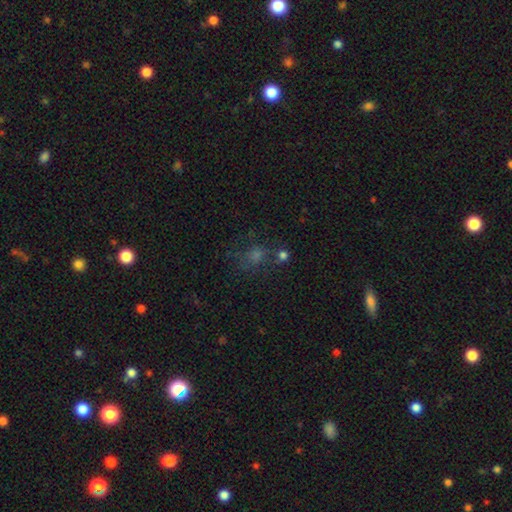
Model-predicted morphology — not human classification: Smooth or featured: smooth — 43% (star or artifact — 40%)
Merging: none — 63% (minor disturbance — 15%)